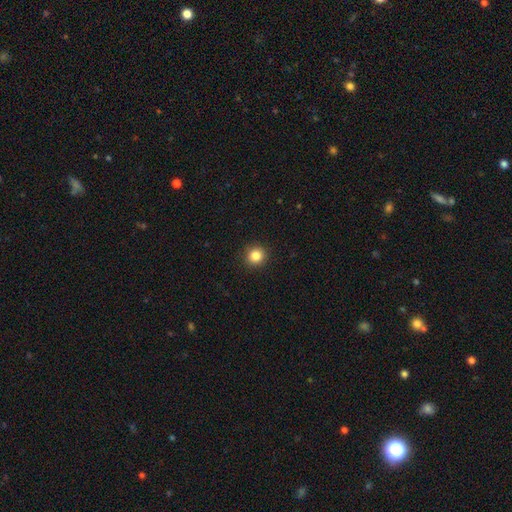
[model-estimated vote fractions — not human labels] smooth-or-featured: smooth: 85% | star or artifact: 11% | featured or disk: 4%
  how-rounded: round: 93% | in between: 7% | cigar-shaped: 1%
  merging: none: 92% | minor disturbance: 5% | major disturbance: 2% | merger: 1%